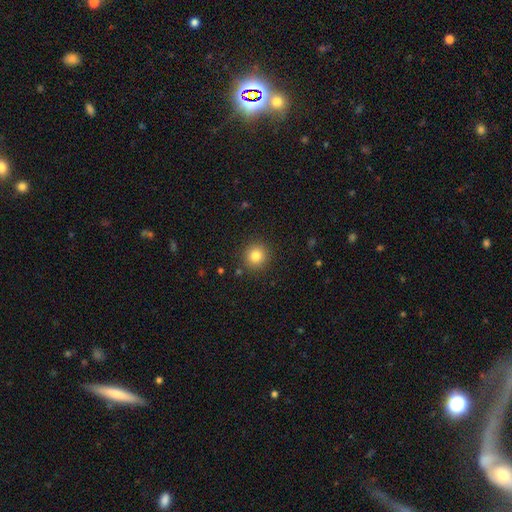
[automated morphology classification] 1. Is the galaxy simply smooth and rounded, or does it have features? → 82% smooth, 12% star or artifact, 6% featured or disk.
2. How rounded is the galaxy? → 93% round, 6% in between, 1% cigar-shaped.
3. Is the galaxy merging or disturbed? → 90% none, 6% minor disturbance, 2% major disturbance, 2% merger.